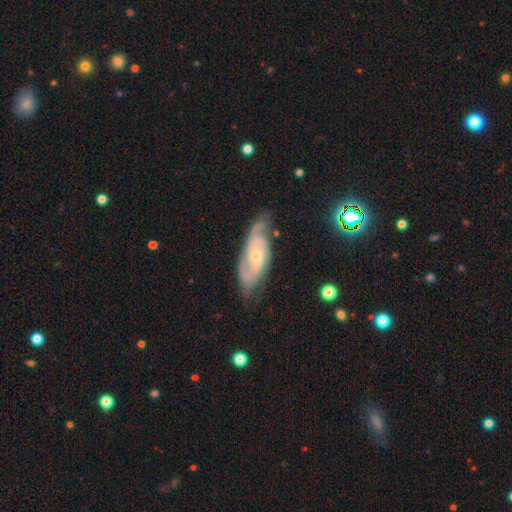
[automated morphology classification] Q: Smooth or featured?
A: featured or disk (82%); runner-up: smooth (12%)
Q: Edge-on disk?
A: no (91%); runner-up: yes (9%)
Q: Bar?
A: no (59%); runner-up: weak (34%)
Q: Spiral arms?
A: yes (95%); runner-up: no (5%)
Q: Spiral winding?
A: tight (45%); runner-up: medium (43%)
Q: Spiral arm count?
A: 2 (63%); runner-up: can't tell (19%)
Q: Bulge size?
A: small (65%); runner-up: moderate (31%)
Q: Merging?
A: none (66%); runner-up: minor disturbance (25%)